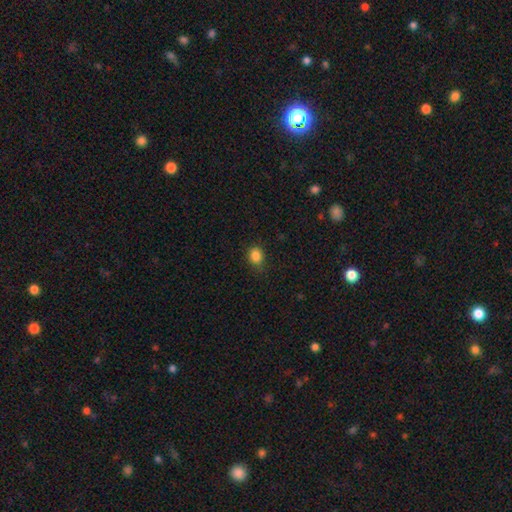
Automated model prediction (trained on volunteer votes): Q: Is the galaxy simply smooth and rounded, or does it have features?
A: smooth — 85%.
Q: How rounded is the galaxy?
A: round — 56%.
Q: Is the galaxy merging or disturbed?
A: none — 80%.